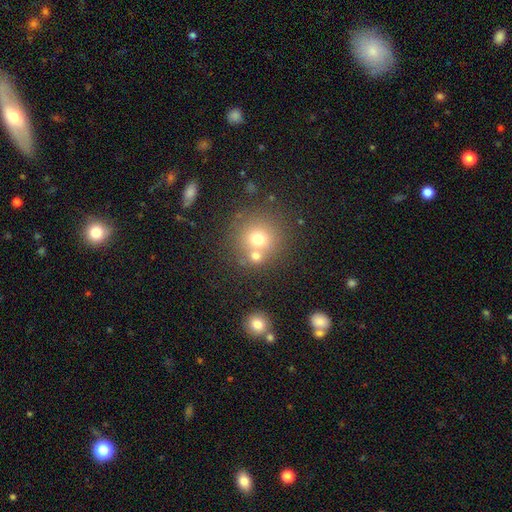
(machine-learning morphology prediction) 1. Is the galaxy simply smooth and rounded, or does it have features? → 69% smooth, 16% star or artifact, 15% featured or disk.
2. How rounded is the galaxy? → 89% round, 10% in between, 1% cigar-shaped.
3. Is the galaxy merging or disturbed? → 56% none, 32% merger, 8% minor disturbance, 4% major disturbance.